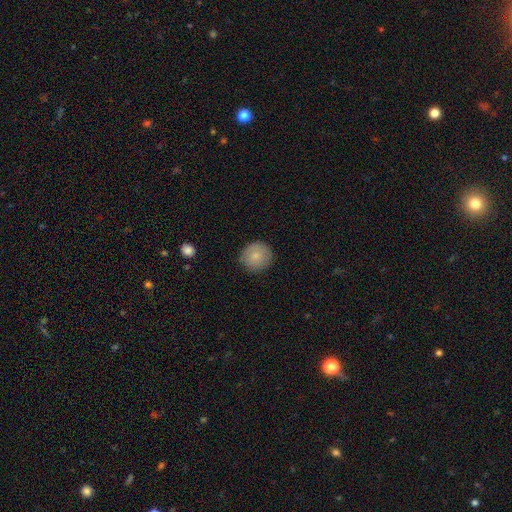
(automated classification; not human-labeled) This is clearly a smooth galaxy (81%). How rounded: clearly round (93%). Merging: clearly none (86%).